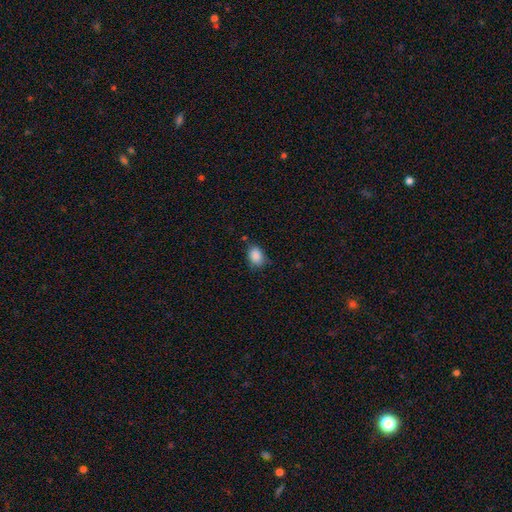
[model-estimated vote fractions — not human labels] Overall: smooth (88%). How rounded: in between (70%). Merging: none (69%).